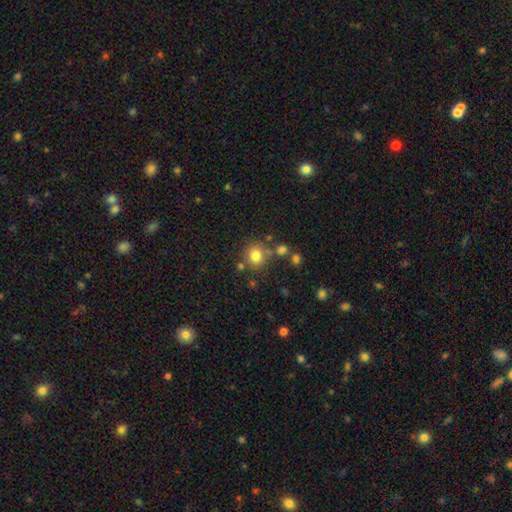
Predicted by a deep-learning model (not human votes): A smooth galaxy with no disk features (78%) that is round (87%). Merging: none (73%).